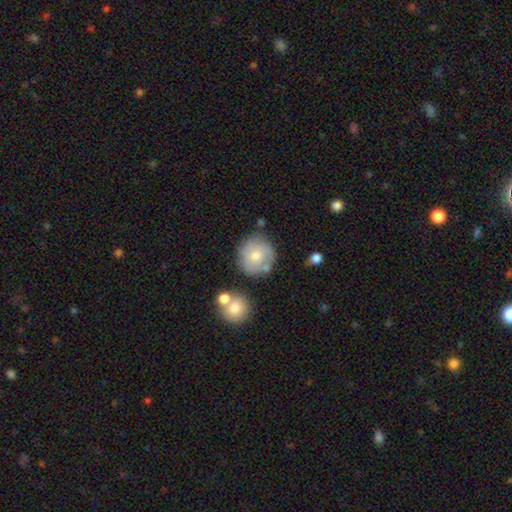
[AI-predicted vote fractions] smooth-or-featured: smooth: 70% | featured or disk: 23% | star or artifact: 7%
  how-rounded: round: 91% | in between: 8% | cigar-shaped: 1%
  merging: none: 69% | minor disturbance: 16% | merger: 10% | major disturbance: 5%